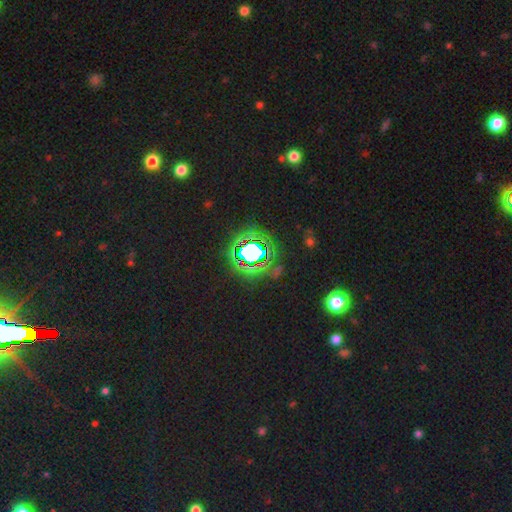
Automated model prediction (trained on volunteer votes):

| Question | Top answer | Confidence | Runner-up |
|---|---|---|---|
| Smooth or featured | star or artifact | 70% | smooth (19%) |